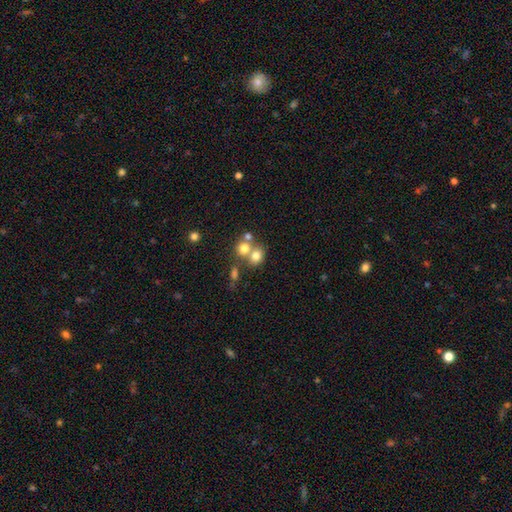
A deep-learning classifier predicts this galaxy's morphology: Smooth or featured? Predicted: smooth (p=0.72). How rounded? Predicted: round (p=0.70). Merging? Predicted: merger (p=0.47).